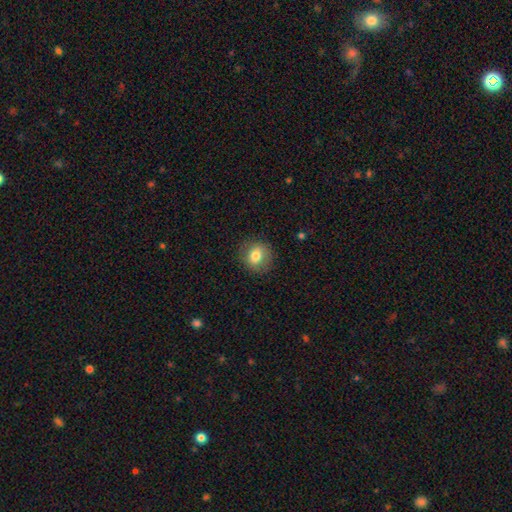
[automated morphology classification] The model was most divided on "how rounded": round: 81%, in between: 18%, cigar-shaped: 1%. More confident: merging — none (84%); smooth or featured — smooth (78%).